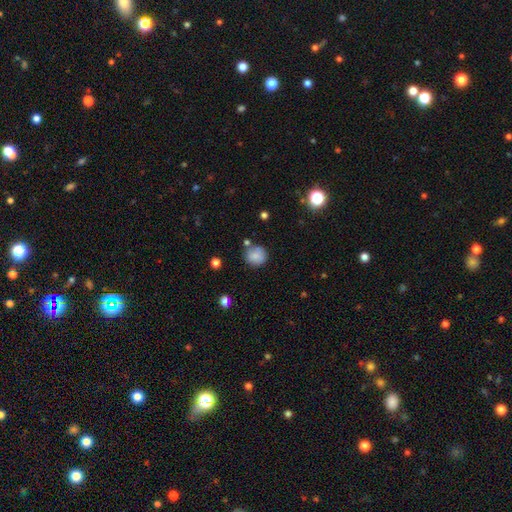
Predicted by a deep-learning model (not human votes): A smooth galaxy with no disk features (81%) that is round (85%). Merging: none (69%).